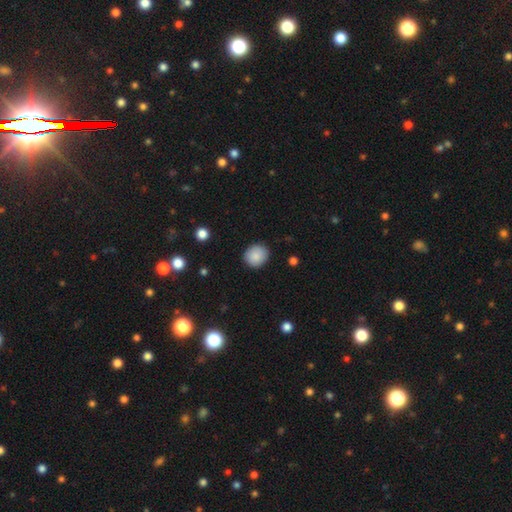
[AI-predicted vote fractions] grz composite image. It shows a smooth galaxy with no disk features (87%) that is round (79%). Merging: none (88%).